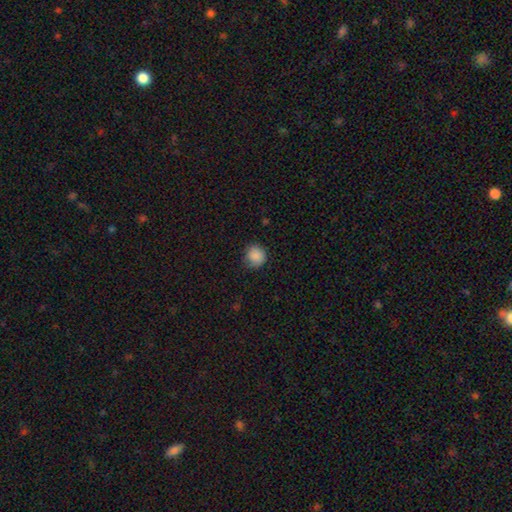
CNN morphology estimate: smooth_or_featured: smooth (p=0.88) [alt: star or artifact p=0.09]
how_rounded: round (p=0.88) [alt: in between p=0.11]
merging: none (p=0.79) [alt: minor disturbance p=0.17]